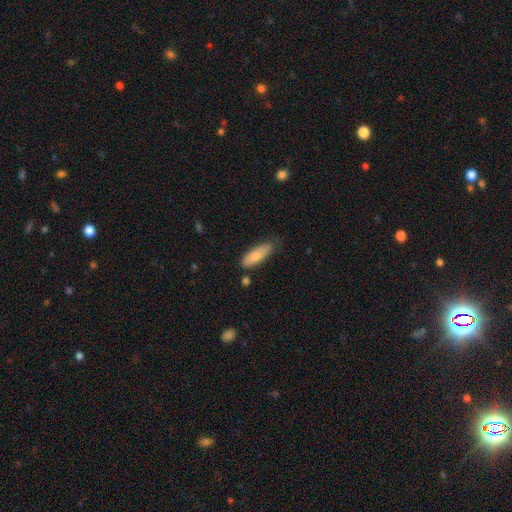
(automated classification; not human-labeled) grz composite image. It shows a smooth galaxy with no disk features (80%) that is in between round and cigar-shaped (63%). Merging: none (69%).